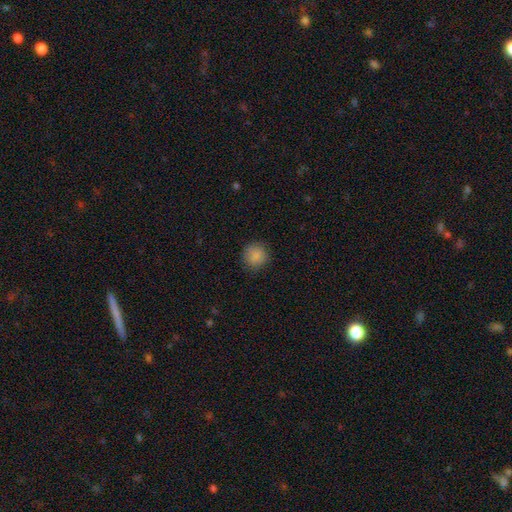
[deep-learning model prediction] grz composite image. It shows a smooth galaxy with no disk features (87%) that is round (92%). Merging: none (87%).